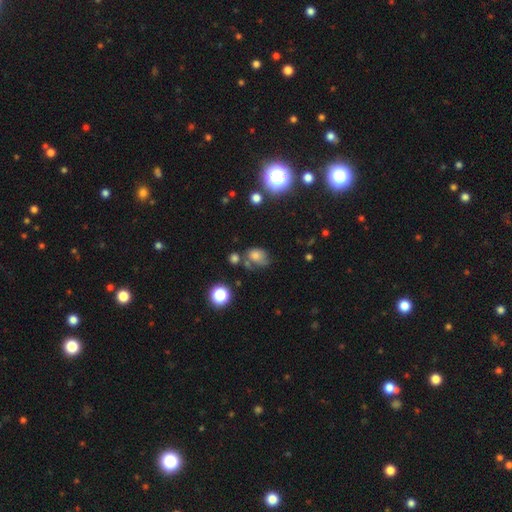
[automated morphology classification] The model was most divided on "merging": none: 43%, minor disturbance: 27%, merger: 15%, major disturbance: 15%. More confident: smooth or featured — smooth (66%); how rounded — in between (63%).